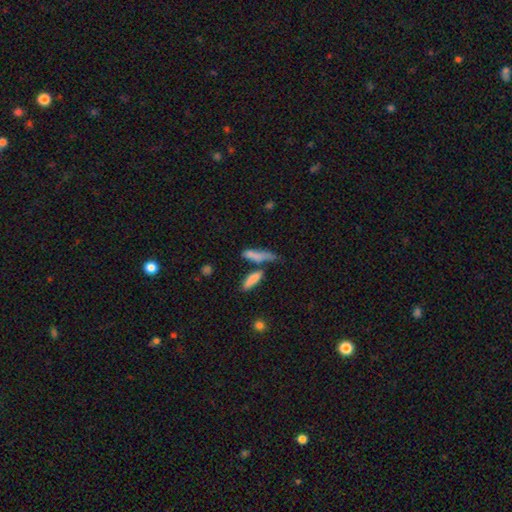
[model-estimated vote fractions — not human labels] Smooth or featured? smooth (74%)
How rounded? cigar-shaped (68%)
Merging? none (38%)